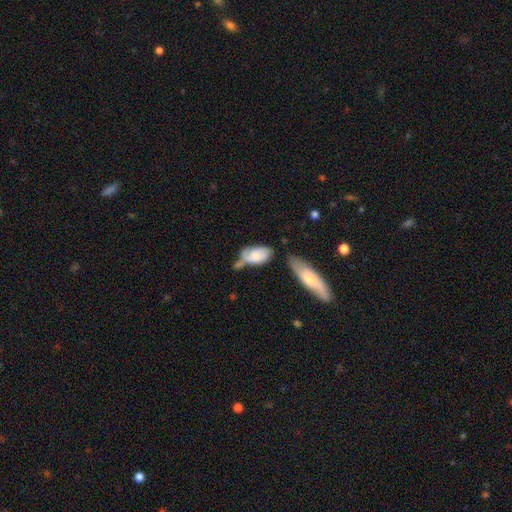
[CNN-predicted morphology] smooth 57%, featured or disk 36%, star or artifact 6%. Down the decision tree: how rounded — in between (90%); merging — none (35%).